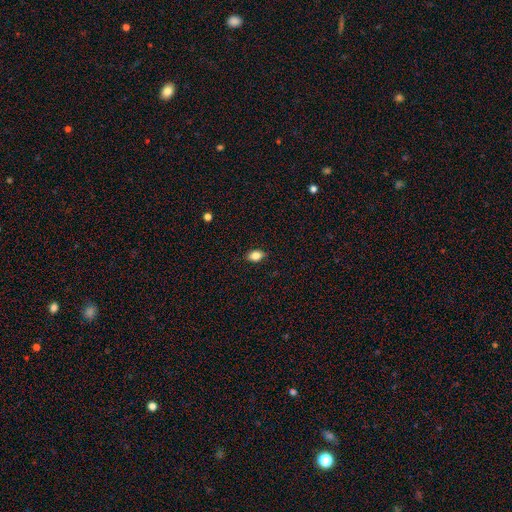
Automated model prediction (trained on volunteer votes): Smooth or featured? Predicted: smooth (p=0.84). How rounded? Predicted: in between (p=0.82). Merging? Predicted: none (p=0.87).